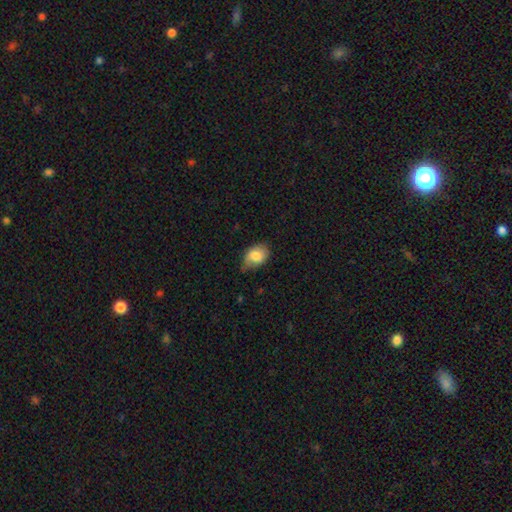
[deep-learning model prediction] This is clearly a smooth galaxy (81%). How rounded: likely in between (76%). Merging: possibly none (56%).